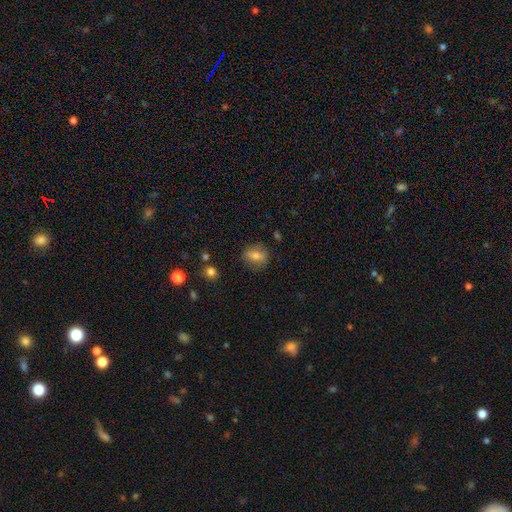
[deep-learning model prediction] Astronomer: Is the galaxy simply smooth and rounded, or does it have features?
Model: smooth — 70%.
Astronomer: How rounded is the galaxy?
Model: round — 52% (runner-up: in between, 44%).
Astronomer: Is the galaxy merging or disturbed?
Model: none — 81%.